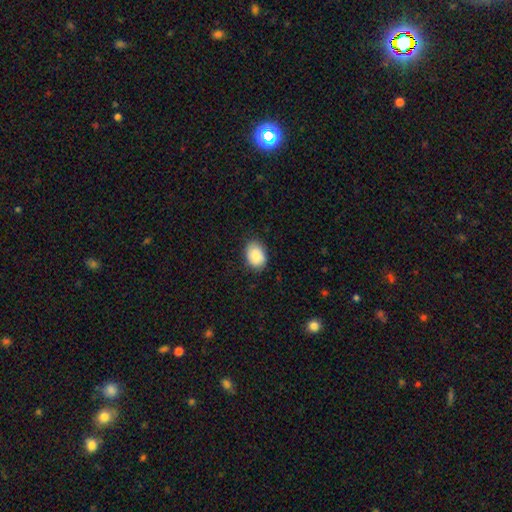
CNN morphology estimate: This is clearly a smooth galaxy (88%). How rounded: likely in between (77%). Merging: clearly none (82%).